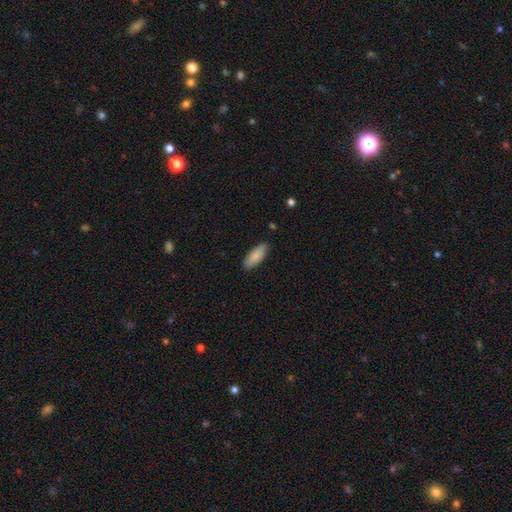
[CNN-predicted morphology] type=smooth (86%); roundness=in between (76%); merging=none (86%).